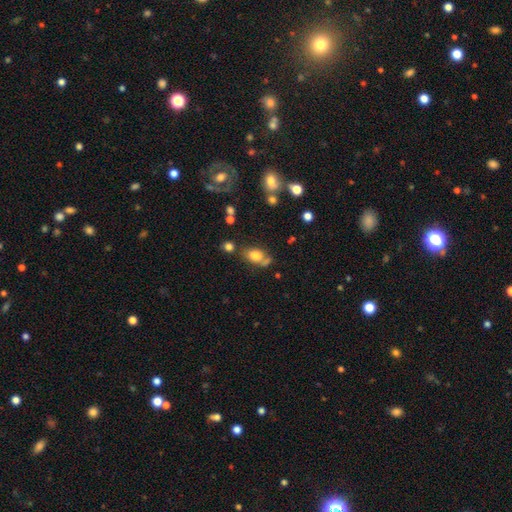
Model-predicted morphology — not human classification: Smooth or featured?
  - smooth: 77% *
  - star or artifact: 12%
  - featured or disk: 11%
How rounded?
  - in between: 77% *
  - round: 21%
  - cigar-shaped: 2%
Merging?
  - none: 52% *
  - merger: 20%
  - minor disturbance: 19%
  - major disturbance: 9%